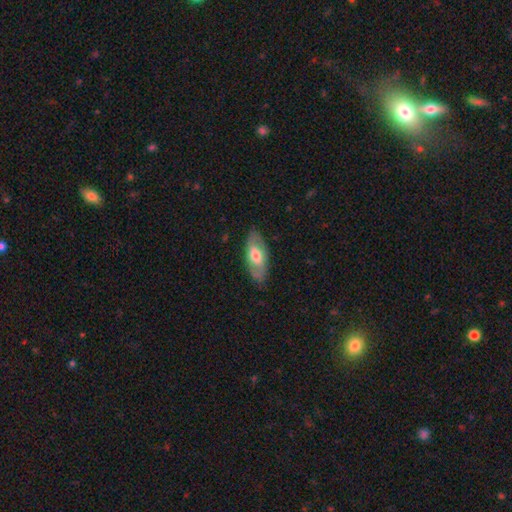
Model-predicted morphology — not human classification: Smooth or featured? featured or disk (48%)
Merging? none (81%)